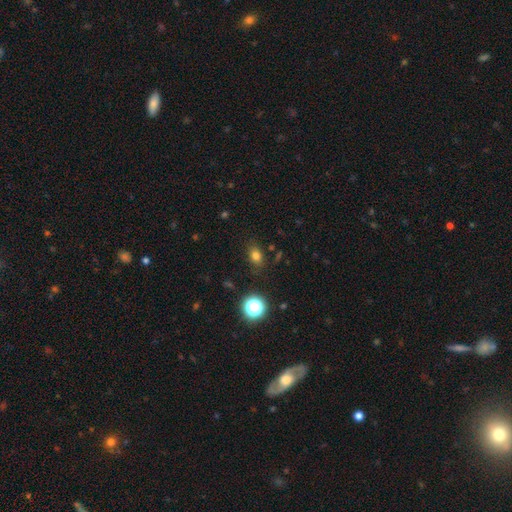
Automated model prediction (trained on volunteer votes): Q: Smooth or featured?
A: smooth (76%); runner-up: star or artifact (17%)
Q: How rounded?
A: in between (64%); runner-up: round (34%)
Q: Merging?
A: none (82%); runner-up: minor disturbance (12%)